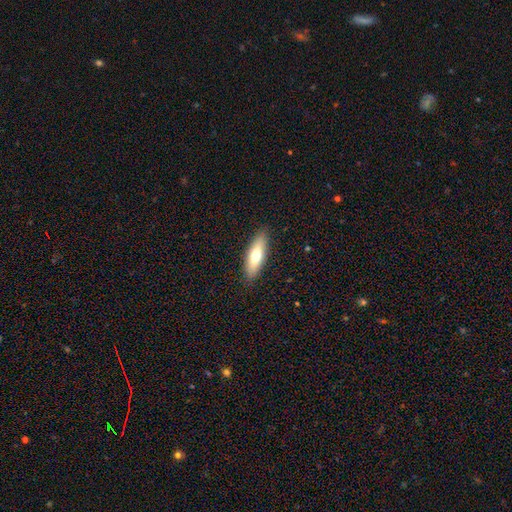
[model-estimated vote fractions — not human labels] Smooth or featured? Predicted: smooth (p=0.65). How rounded? Predicted: cigar-shaped (p=0.50). Merging? Predicted: none (p=0.89).